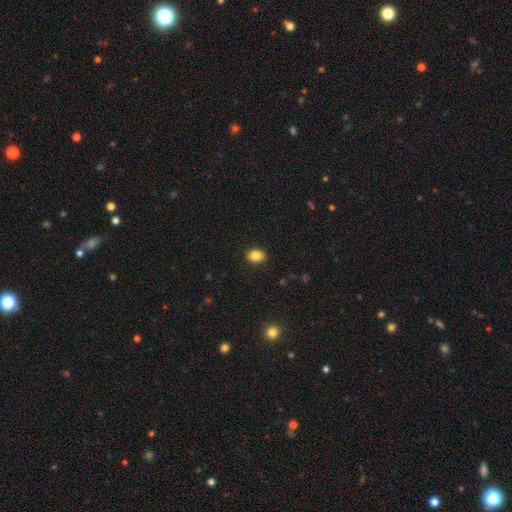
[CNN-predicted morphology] A smooth galaxy with no disk features (85%) that is in between round and cigar-shaped (57%).

Vote fractions:
- Smooth or featured? smooth: 85% / star or artifact: 9% / featured or disk: 5%
- How rounded? in between: 57% / round: 42% / cigar-shaped: 1%
- Merging? none: 90% / minor disturbance: 7% / major disturbance: 2% / merger: 1%